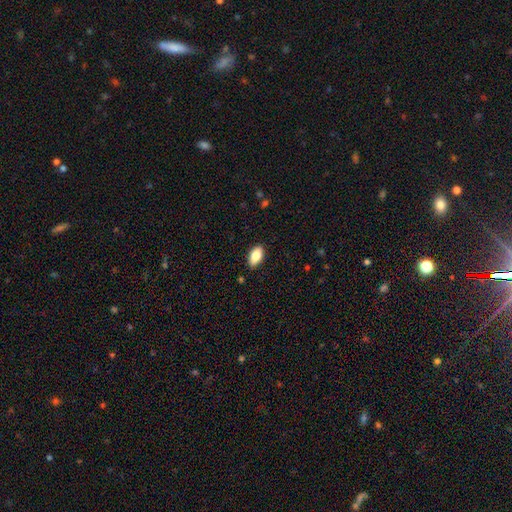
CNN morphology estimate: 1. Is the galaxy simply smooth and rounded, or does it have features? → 84% smooth, 9% featured or disk, 7% star or artifact.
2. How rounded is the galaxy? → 93% in between, 4% cigar-shaped, 3% round.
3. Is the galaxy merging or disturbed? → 88% none, 9% minor disturbance, 2% major disturbance, 1% merger.